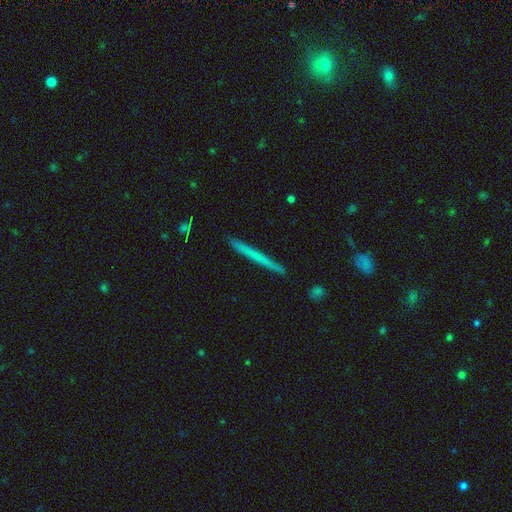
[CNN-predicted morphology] smooth_or_featured: smooth (p=0.54) [alt: featured or disk p=0.40]
how_rounded: cigar-shaped (p=0.97) [alt: in between p=0.02]
merging: none (p=0.91) [alt: minor disturbance p=0.06]